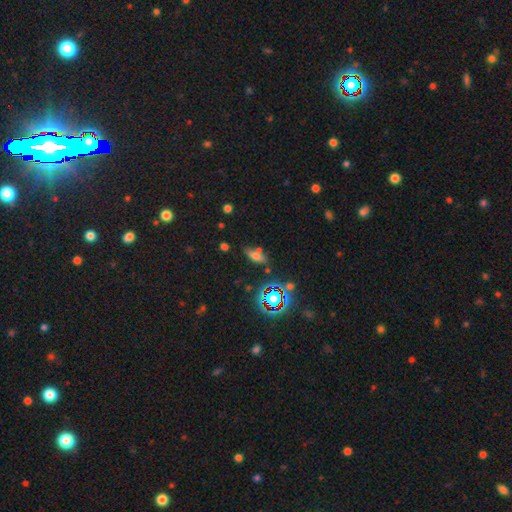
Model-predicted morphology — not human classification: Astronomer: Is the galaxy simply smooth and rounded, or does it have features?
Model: smooth — 58%.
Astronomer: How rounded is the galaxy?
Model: in between — 62%.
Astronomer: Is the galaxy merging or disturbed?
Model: none — 65%.